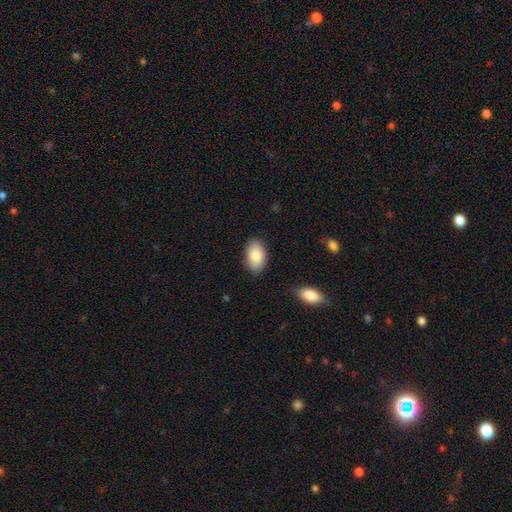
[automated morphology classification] This appears to be a smooth galaxy with no disk features (83%) that is in between round and cigar-shaped (93%). Merging: none (86%).